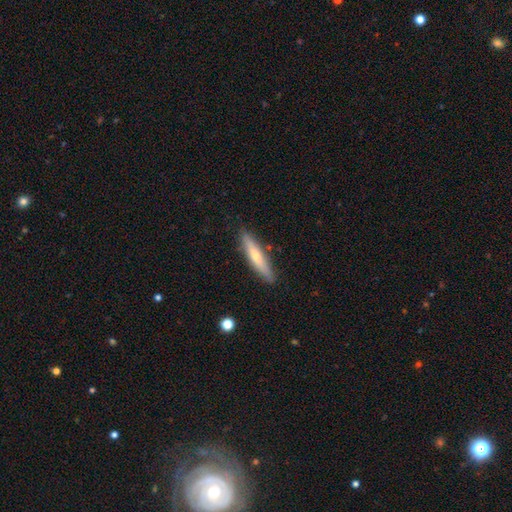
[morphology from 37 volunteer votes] A featured or disk galaxy (51%) viewed edge-on (95%) with a rounded central bulge (78%). Merging: none (97%).